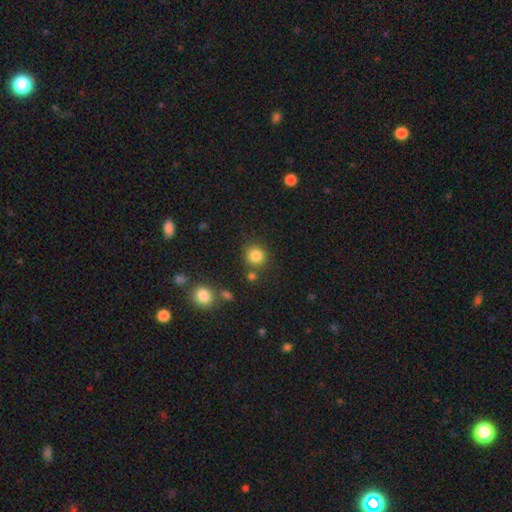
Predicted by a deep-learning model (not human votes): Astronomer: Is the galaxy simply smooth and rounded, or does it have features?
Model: smooth — 85%.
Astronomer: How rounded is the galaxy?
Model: round — 87%.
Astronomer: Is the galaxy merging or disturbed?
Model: none — 80%.